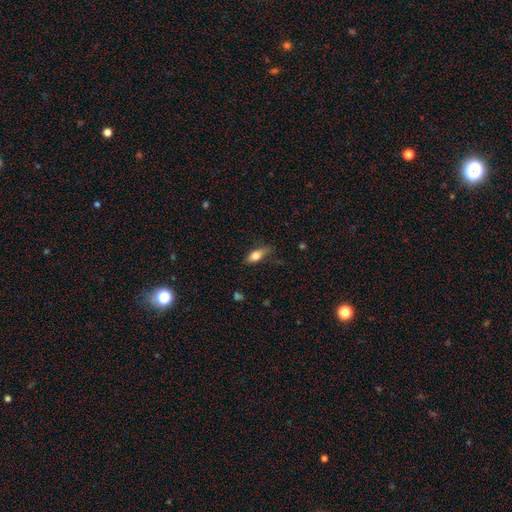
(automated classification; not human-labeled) This is likely a smooth galaxy (68%). How rounded: likely in between (73%). Merging: likely none (71%).